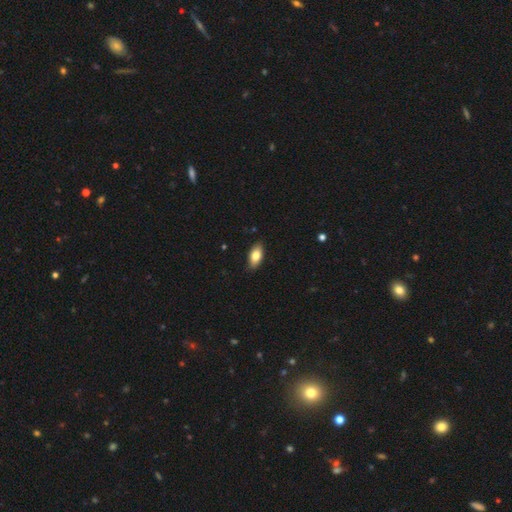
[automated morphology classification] A smooth galaxy with no disk features (78%) that is in between round and cigar-shaped (89%). Merging: none (86%).